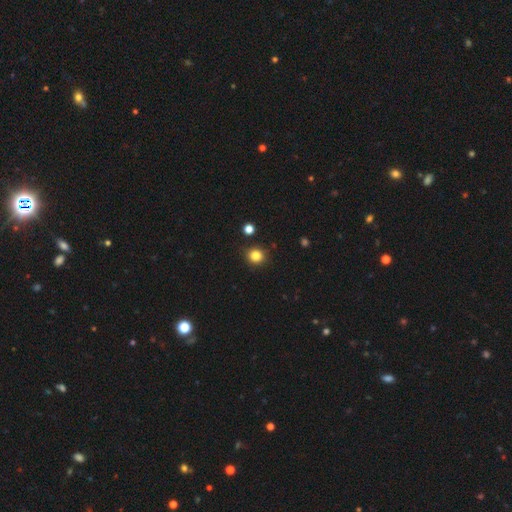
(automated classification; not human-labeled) smooth_or_featured: smooth (p=0.83) [alt: star or artifact p=0.13]
how_rounded: round (p=0.87) [alt: in between p=0.12]
merging: none (p=0.88) [alt: minor disturbance p=0.07]